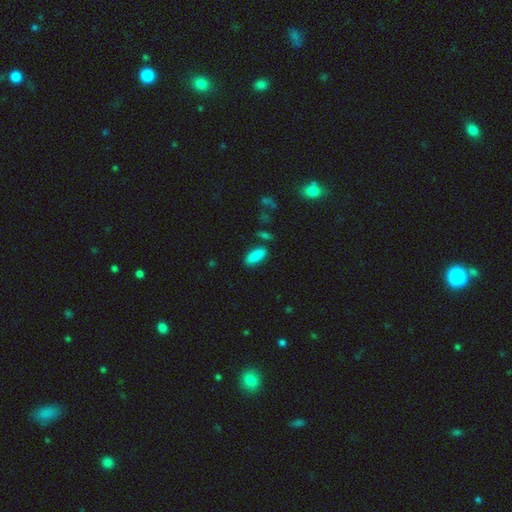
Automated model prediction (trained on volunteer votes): Overall: smooth (88%). How rounded: in between (73%). Merging: none (83%).